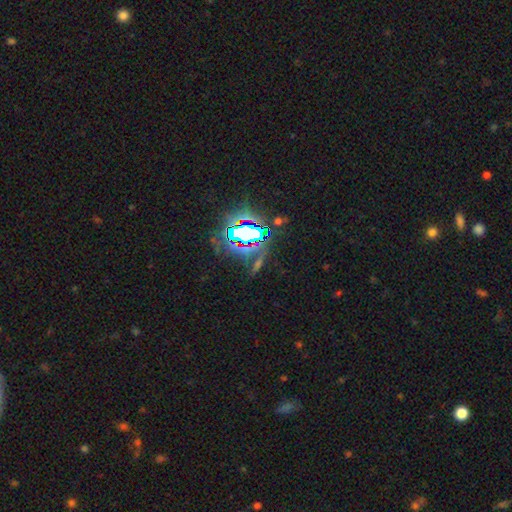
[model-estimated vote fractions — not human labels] A star or artifact, not a galaxy (81%).